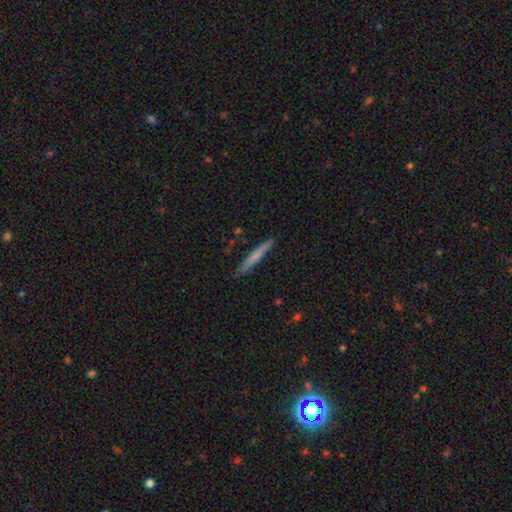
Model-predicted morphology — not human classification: type=smooth (66%); roundness=cigar-shaped (96%); merging=none (90%).